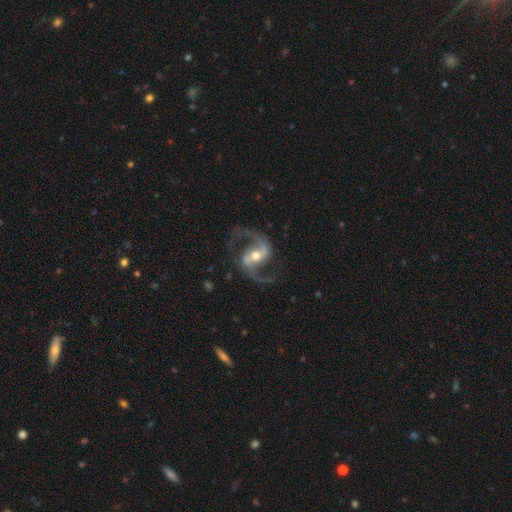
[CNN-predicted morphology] type=featured or disk (93%); edge-on=no (98%); bar=strong (42%); spiral arms=yes (98%); winding=medium (55%); arm count=2 (95%); bulge=moderate (65%); merging=none (81%).